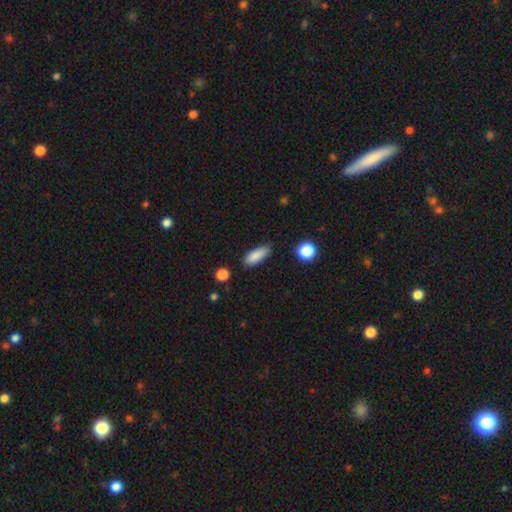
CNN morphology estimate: Overall: smooth (87%). How rounded: in between (69%; cigar-shaped 29%). Merging: none (81%).